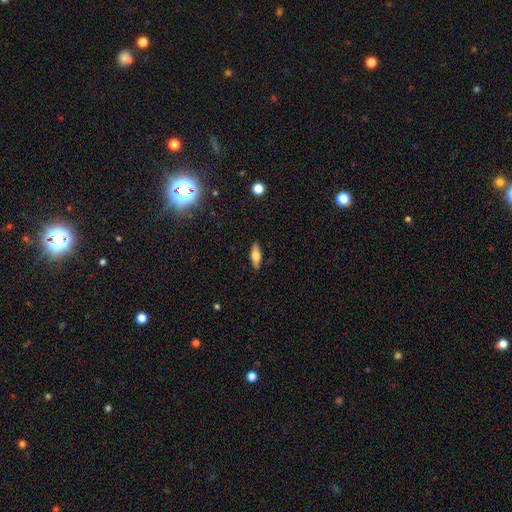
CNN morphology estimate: This appears to be a smooth galaxy with no disk features (62%) that is in between round and cigar-shaped (62%). Merging: none (89%).